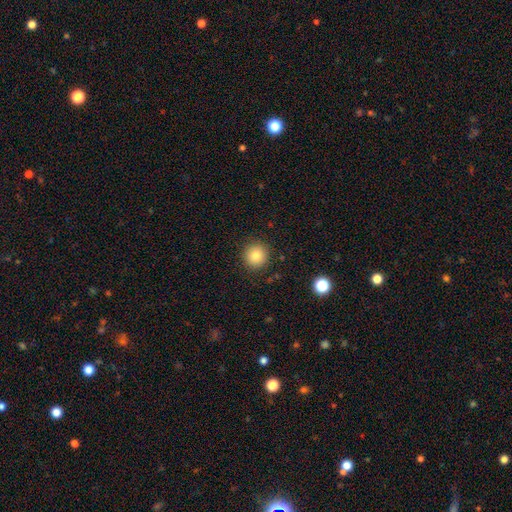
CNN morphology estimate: type=smooth (82%); roundness=round (93%); merging=none (90%).